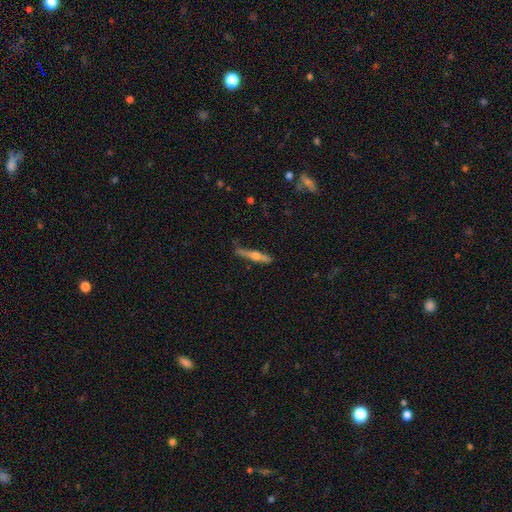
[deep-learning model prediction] Morphology: type=featured or disk (59%); edge-on=yes (96%); edge-on bulge=rounded (89%); merging=none (78%).